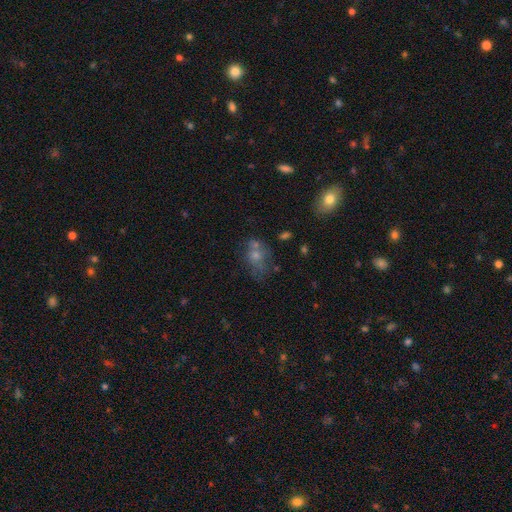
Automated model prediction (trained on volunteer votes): smooth 51%, featured or disk 29%, star or artifact 20%. Down the decision tree: how rounded — in between (63%); merging — none (43%).